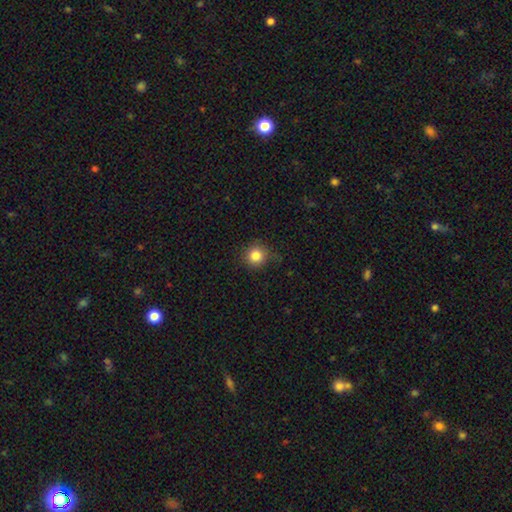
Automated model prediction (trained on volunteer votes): The model was most divided on "merging": none: 80%, minor disturbance: 15%, major disturbance: 4%, merger: 1%. More confident: how rounded — round (93%); smooth or featured — smooth (84%).